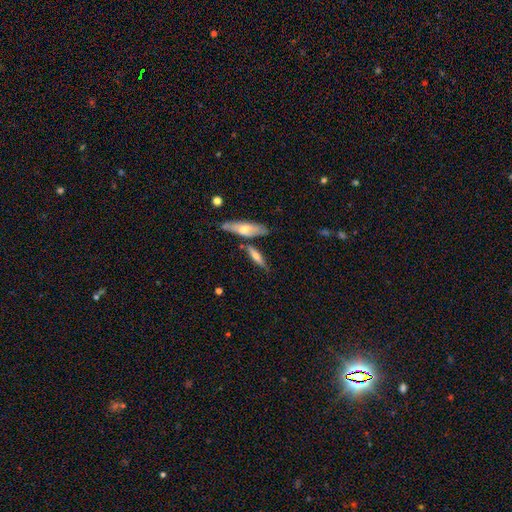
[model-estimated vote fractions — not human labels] This is possibly a smooth galaxy (51%). How rounded: likely cigar-shaped (68%). Merging: likely none (65%).